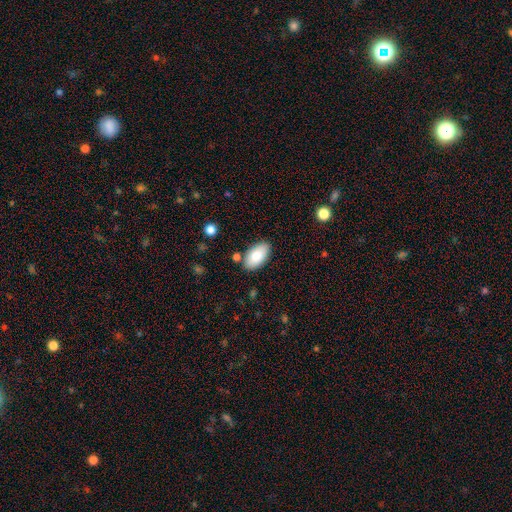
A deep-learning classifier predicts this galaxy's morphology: The model was most divided on "smooth or featured": smooth: 83%, featured or disk: 11%, star or artifact: 6%. More confident: how rounded — in between (95%); merging — none (83%).